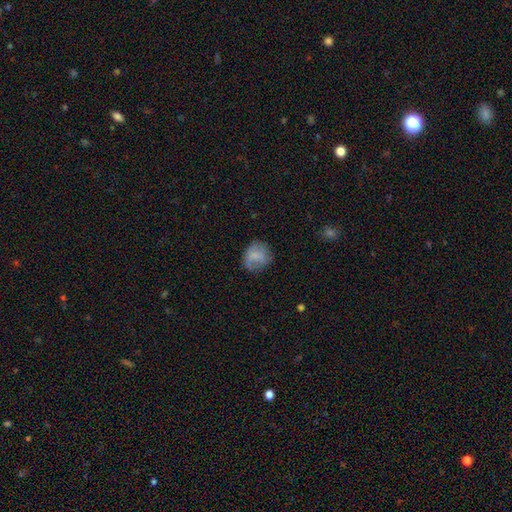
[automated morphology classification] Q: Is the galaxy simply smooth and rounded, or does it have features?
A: smooth — 71%.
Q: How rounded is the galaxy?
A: round — 71%.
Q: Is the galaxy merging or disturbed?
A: none — 56%.